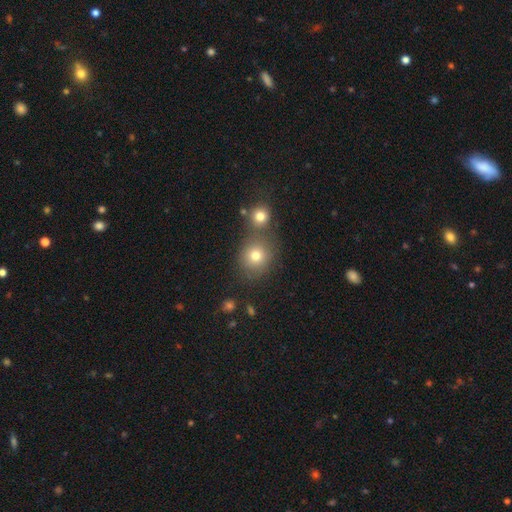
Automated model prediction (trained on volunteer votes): Smooth or featured: smooth — 75% (star or artifact — 15%)
How rounded: round — 81% (in between — 18%)
Merging: none — 62% (merger — 24%)